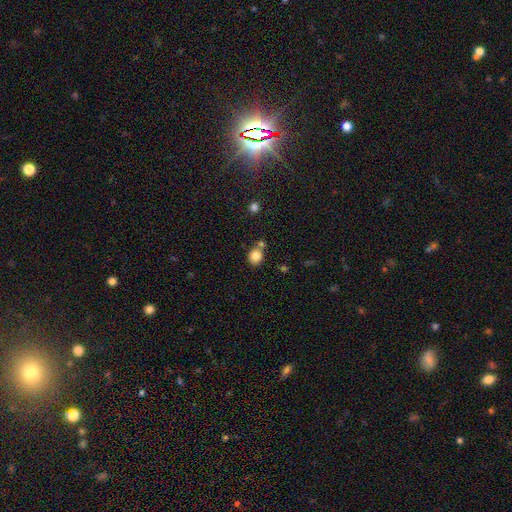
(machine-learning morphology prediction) Overall: smooth (83%). How rounded: round (79%). Merging: none (64%).